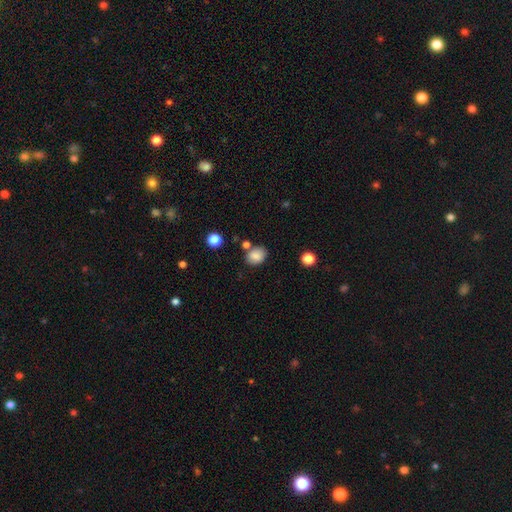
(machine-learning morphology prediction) Smooth or featured? smooth (83%)
How rounded? in between (52%)
Merging? none (74%)